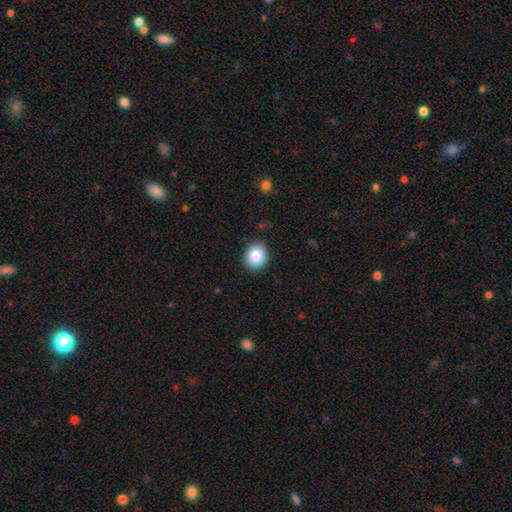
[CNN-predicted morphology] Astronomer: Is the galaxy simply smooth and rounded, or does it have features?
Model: smooth — 84%.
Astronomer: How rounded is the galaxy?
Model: round — 74%.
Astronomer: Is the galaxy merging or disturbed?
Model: none — 89%.